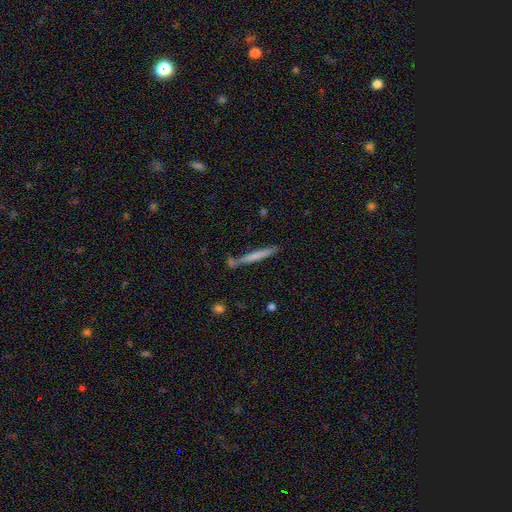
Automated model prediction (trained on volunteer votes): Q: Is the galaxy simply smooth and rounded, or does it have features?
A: smooth — 59%.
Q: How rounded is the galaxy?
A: cigar-shaped — 96%.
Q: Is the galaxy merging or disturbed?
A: none — 73%.